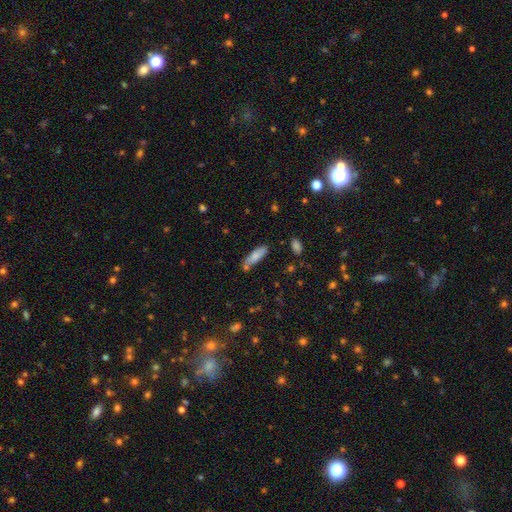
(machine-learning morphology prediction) Overall: smooth (76%). How rounded: cigar-shaped (53%; in between 46%). Merging: none (63%).